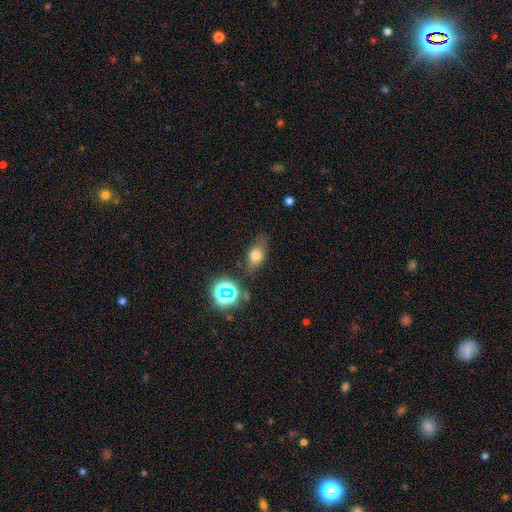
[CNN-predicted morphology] smooth 67%, featured or disk 17%, star or artifact 16%. Down the decision tree: how rounded — in between (73%); merging — none (72%).